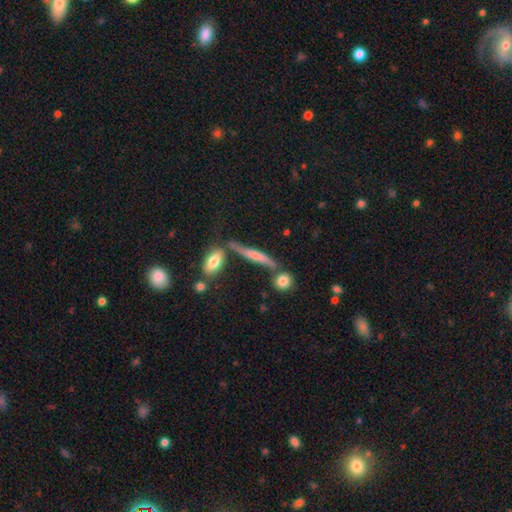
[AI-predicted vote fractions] smooth-or-featured: featured or disk: 47% | smooth: 44% | star or artifact: 9%
  merging: none: 60% | minor disturbance: 20% | merger: 13% | major disturbance: 7%